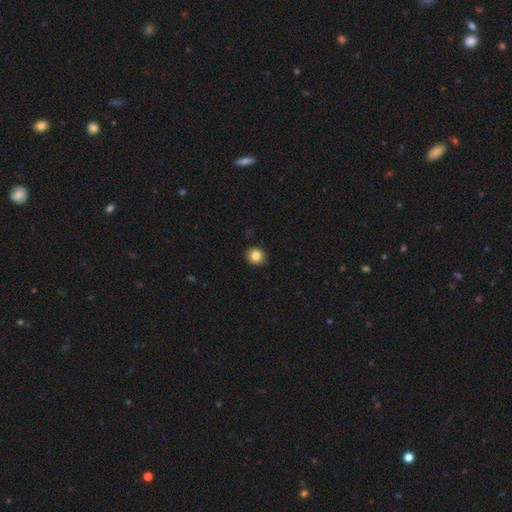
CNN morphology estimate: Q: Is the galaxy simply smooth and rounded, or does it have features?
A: smooth — 84%.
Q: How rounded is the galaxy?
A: round — 88%.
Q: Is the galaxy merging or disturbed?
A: none — 90%.